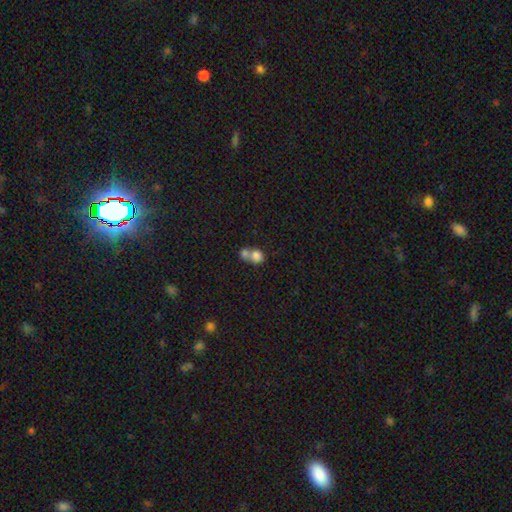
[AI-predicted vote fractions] smooth 79%, featured or disk 12%, star or artifact 10%. Down the decision tree: how rounded — round (76%); merging — merger (67%).